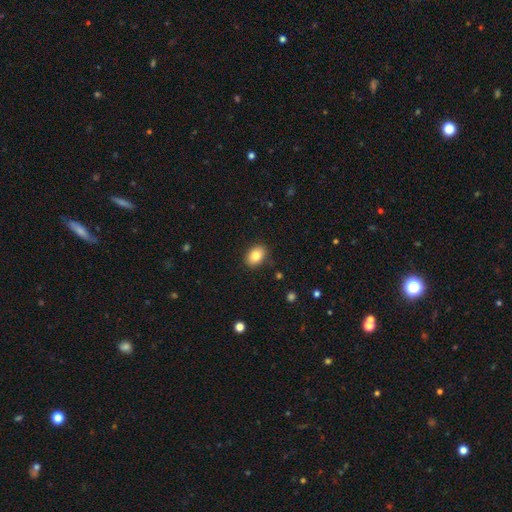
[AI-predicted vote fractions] smooth-or-featured: smooth: 83% | featured or disk: 9% | star or artifact: 8%
  how-rounded: in between: 77% | round: 22% | cigar-shaped: 1%
  merging: none: 88% | minor disturbance: 9% | major disturbance: 2% | merger: 1%